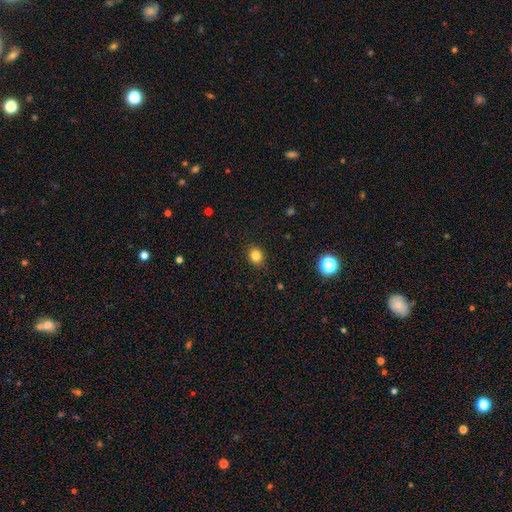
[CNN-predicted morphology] Smooth or featured? Predicted: smooth (p=0.84). How rounded? Predicted: round (p=0.72). Merging? Predicted: none (p=0.90).